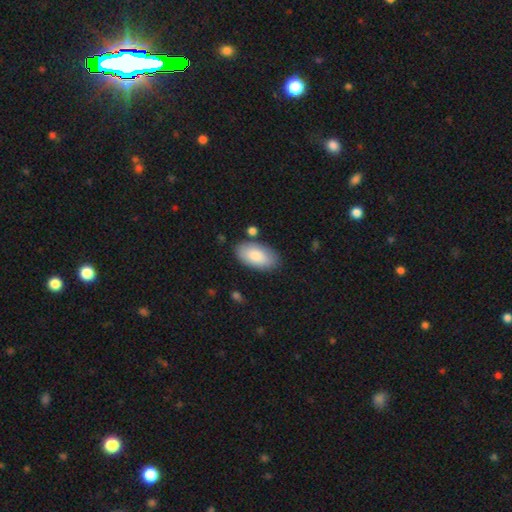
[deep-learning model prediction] This appears to be a smooth galaxy with no disk features (84%) that is in between round and cigar-shaped (95%). Merging: none (81%).